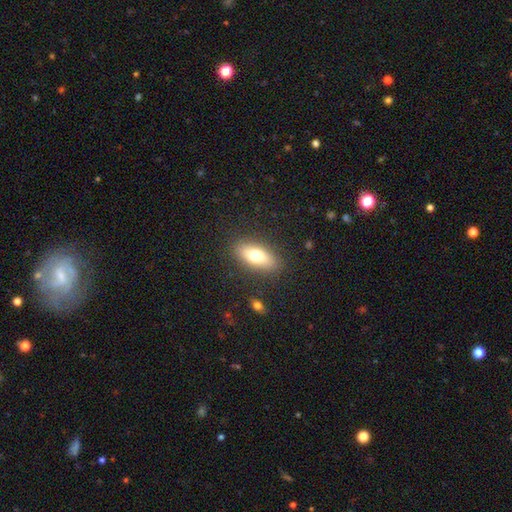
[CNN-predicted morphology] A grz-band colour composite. It shows a smooth galaxy with no disk features (70%) that is in between round and cigar-shaped (77%). Merging: none (86%).